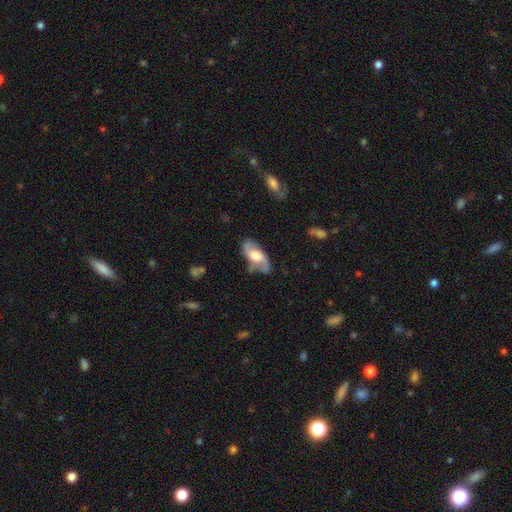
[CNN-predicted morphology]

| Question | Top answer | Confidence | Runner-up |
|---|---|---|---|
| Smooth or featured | featured or disk | 66% | smooth (28%) |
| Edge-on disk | no | 89% | yes (11%) |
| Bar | no | 51% | weak (37%) |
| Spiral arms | yes | 85% | no (15%) |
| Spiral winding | loose | 47% | medium (40%) |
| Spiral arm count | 2 | 88% | can't tell (7%) |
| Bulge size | moderate | 45% | large (42%) |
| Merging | none | 71% | minor disturbance (20%) |